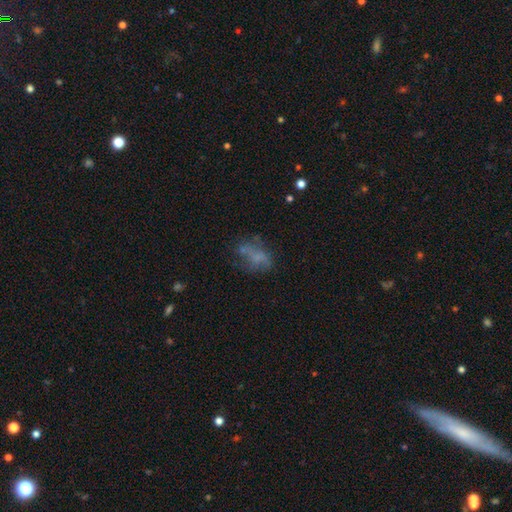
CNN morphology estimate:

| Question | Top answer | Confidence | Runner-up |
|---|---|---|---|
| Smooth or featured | smooth | 43% | featured or disk (40%) |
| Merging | none | 46% | major disturbance (23%) |